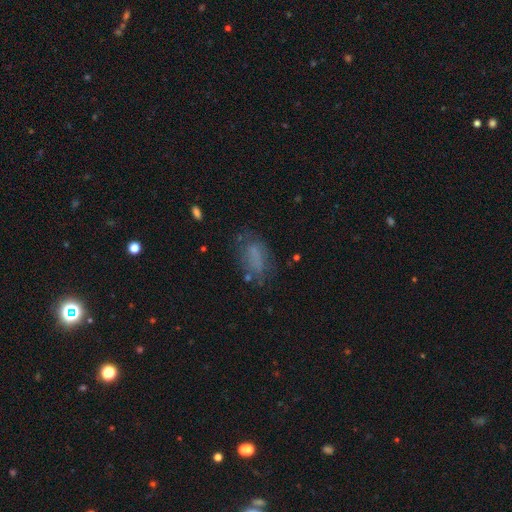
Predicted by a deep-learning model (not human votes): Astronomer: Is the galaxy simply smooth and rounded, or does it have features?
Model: smooth — 62%.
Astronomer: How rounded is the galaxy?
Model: in between — 86%.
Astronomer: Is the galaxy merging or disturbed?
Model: none — 58%.